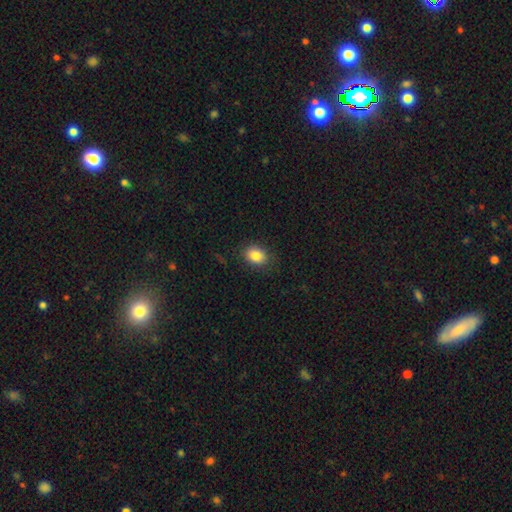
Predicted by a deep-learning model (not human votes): smooth_or_featured: smooth (p=0.85) [alt: star or artifact p=0.09]
how_rounded: in between (p=0.68) [alt: round p=0.30]
merging: none (p=0.85) [alt: minor disturbance p=0.11]